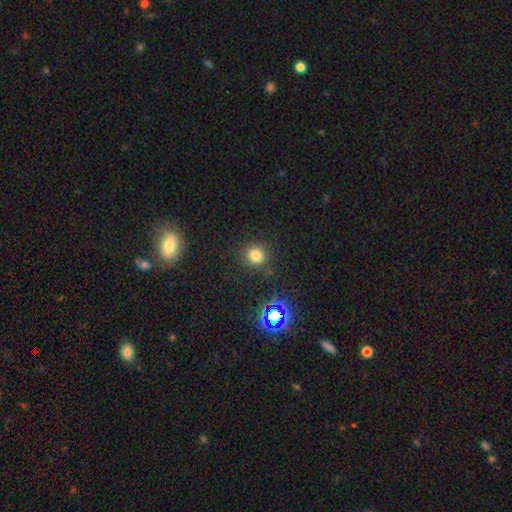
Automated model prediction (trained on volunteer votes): Smooth or featured?
  - smooth: 76% *
  - star or artifact: 18%
  - featured or disk: 5%
How rounded?
  - round: 90% *
  - in between: 9%
  - cigar-shaped: 1%
Merging?
  - none: 89% *
  - minor disturbance: 7%
  - major disturbance: 3%
  - merger: 2%